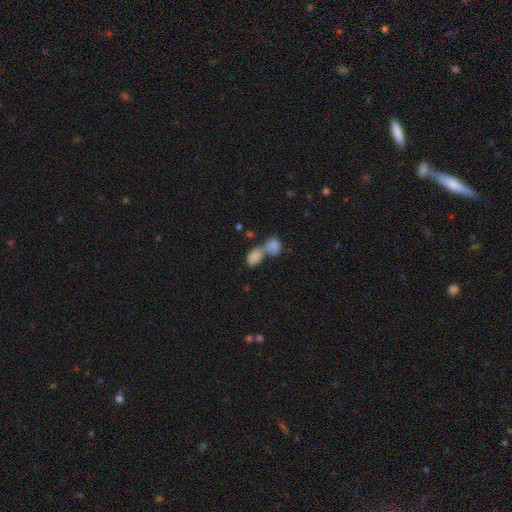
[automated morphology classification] smooth_or_featured: smooth (p=0.84) [alt: featured or disk p=0.08]
how_rounded: in between (p=0.85) [alt: round p=0.12]
merging: merger (p=0.68) [alt: none p=0.21]